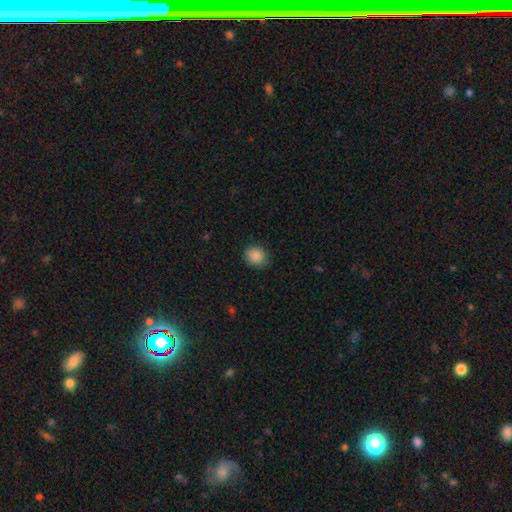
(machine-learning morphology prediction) Smooth or featured? Predicted: smooth (p=0.89). How rounded? Predicted: round (p=0.73). Merging? Predicted: none (p=0.86).